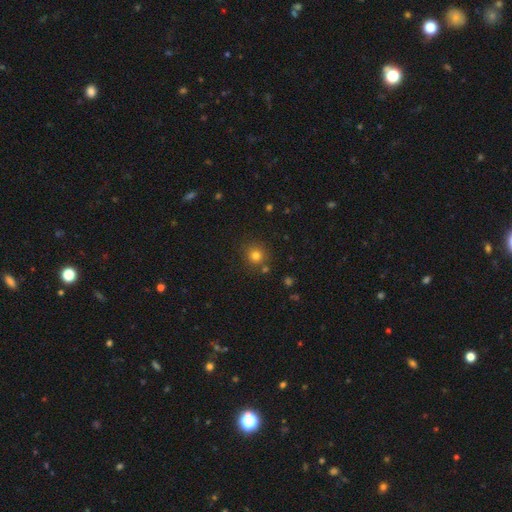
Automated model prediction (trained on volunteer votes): This appears to be a smooth galaxy with no disk features (79%) that is round (92%). Merging: none (82%).